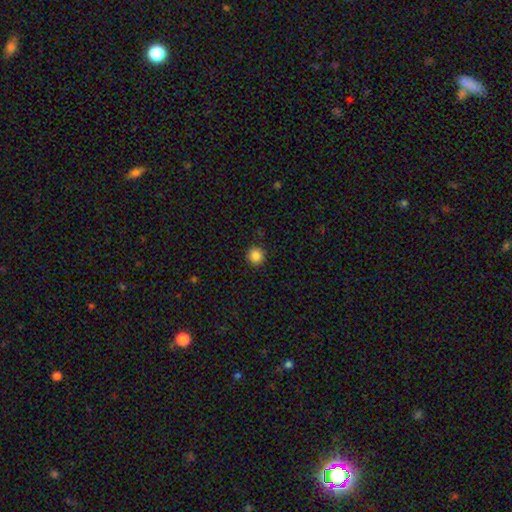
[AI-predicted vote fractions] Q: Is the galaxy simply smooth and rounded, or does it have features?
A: smooth — 85%.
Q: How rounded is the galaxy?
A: round — 94%.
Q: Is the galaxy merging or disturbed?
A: none — 91%.